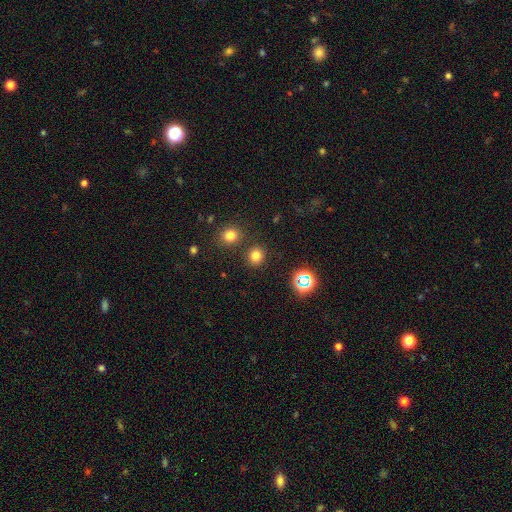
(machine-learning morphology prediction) Overall: smooth (76%). How rounded: round (87%). Merging: none (85%).